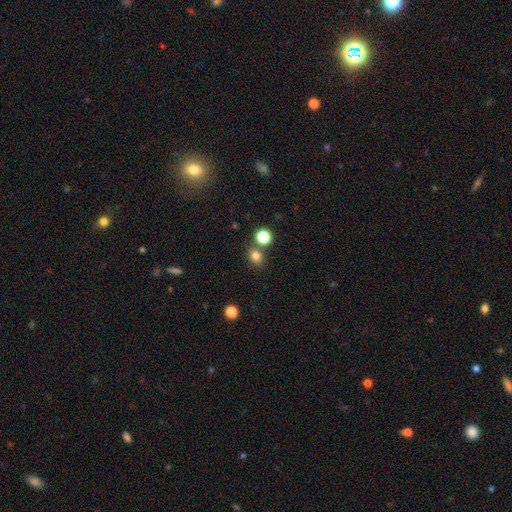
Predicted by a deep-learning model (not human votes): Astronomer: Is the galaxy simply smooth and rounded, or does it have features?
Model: smooth — 79%.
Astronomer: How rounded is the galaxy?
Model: round — 61% (runner-up: in between, 38%).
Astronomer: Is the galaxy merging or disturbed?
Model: none — 72%.